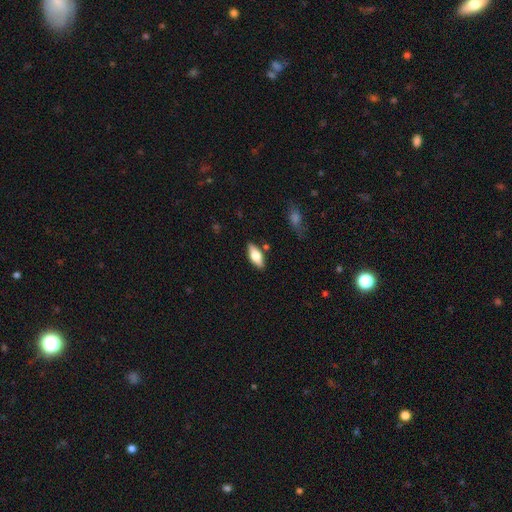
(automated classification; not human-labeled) A smooth galaxy with no disk features (64%) that is in between round and cigar-shaped (79%).

Vote fractions:
- Smooth or featured? smooth: 64% / featured or disk: 30% / star or artifact: 6%
- How rounded? in between: 79% / cigar-shaped: 18% / round: 3%
- Merging? none: 83% / minor disturbance: 11% / merger: 4% / major disturbance: 2%